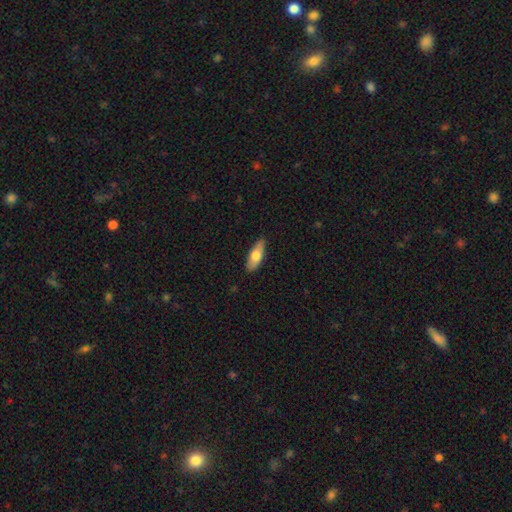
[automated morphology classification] Smooth or featured? Predicted: smooth (p=0.70). How rounded? Predicted: in between (p=0.70). Merging? Predicted: none (p=0.85).